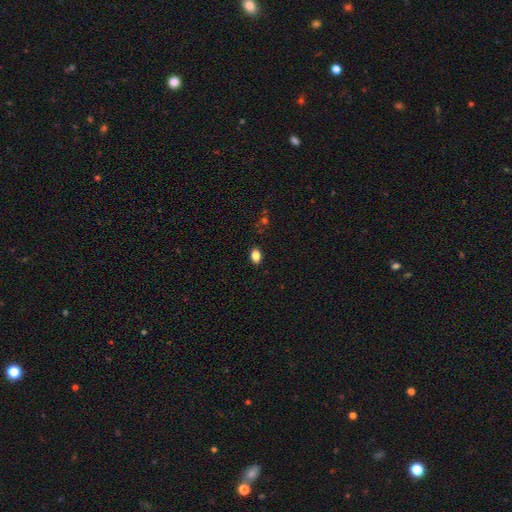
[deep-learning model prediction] Smooth or featured: smooth — 85% (star or artifact — 10%)
How rounded: in between — 79% (round — 19%)
Merging: none — 88% (minor disturbance — 9%)